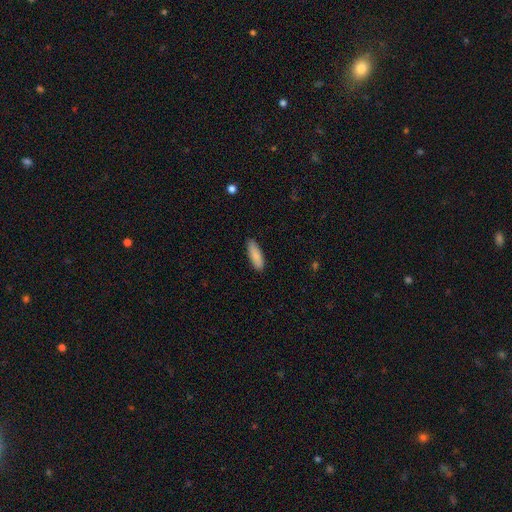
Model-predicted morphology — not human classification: This is clearly a smooth galaxy (87%). How rounded: possibly in between (51%). Merging: clearly none (87%).